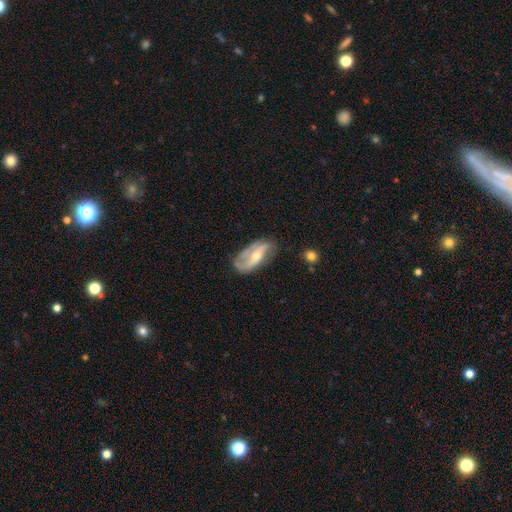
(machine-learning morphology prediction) Q: Smooth or featured?
A: featured or disk (71%); runner-up: smooth (23%)
Q: Edge-on disk?
A: no (90%); runner-up: yes (10%)
Q: Bar?
A: no (37%); runner-up: weak (35%)
Q: Spiral arms?
A: yes (84%); runner-up: no (16%)
Q: Spiral winding?
A: loose (53%); runner-up: medium (32%)
Q: Spiral arm count?
A: 2 (78%); runner-up: can't tell (11%)
Q: Bulge size?
A: moderate (51%); runner-up: small (43%)
Q: Merging?
A: none (60%); runner-up: minor disturbance (26%)